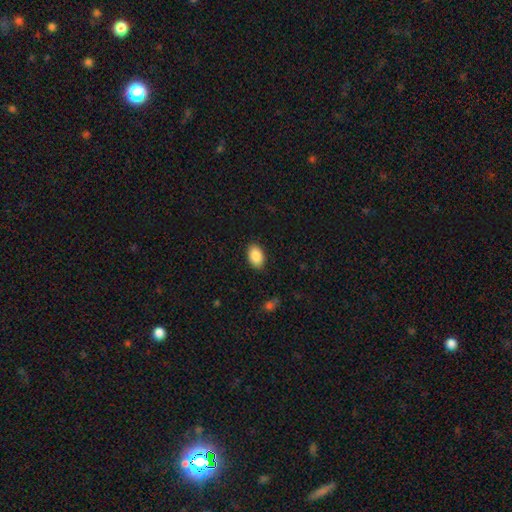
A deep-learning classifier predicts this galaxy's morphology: smooth_or_featured: smooth (p=0.89) [alt: star or artifact p=0.07]
how_rounded: in between (p=0.89) [alt: round p=0.09]
merging: none (p=0.88) [alt: minor disturbance p=0.09]